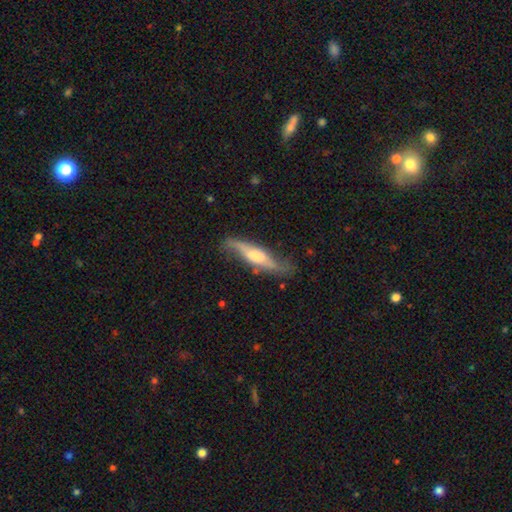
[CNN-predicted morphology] Q: Smooth or featured?
A: featured or disk (65%); runner-up: smooth (29%)
Q: Edge-on disk?
A: yes (63%); runner-up: no (37%)
Q: Merging?
A: none (71%); runner-up: minor disturbance (21%)